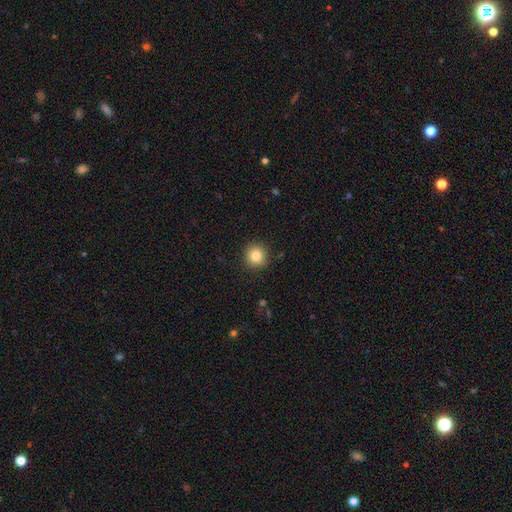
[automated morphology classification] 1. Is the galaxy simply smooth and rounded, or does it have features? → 82% smooth, 10% star or artifact, 7% featured or disk.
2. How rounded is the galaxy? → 94% round, 5% in between, 1% cigar-shaped.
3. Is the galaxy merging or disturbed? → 91% none, 6% minor disturbance, 2% major disturbance, 1% merger.